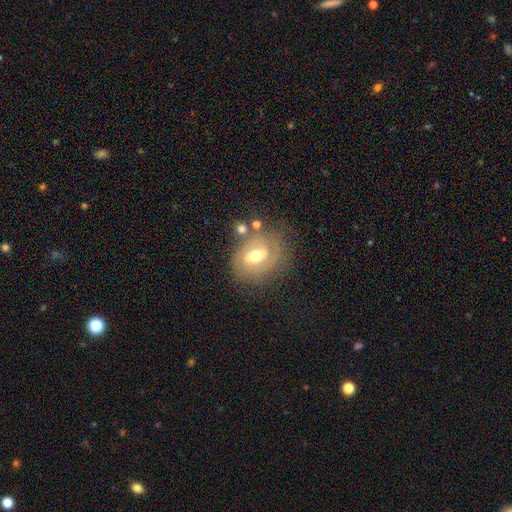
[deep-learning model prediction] Smooth or featured?
  - featured or disk: 65% *
  - smooth: 27%
  - star or artifact: 8%
Edge-on disk?
  - no: 91% *
  - yes: 9%
Bar?
  - weak: 44% *
  - strong: 40%
  - no: 16%
Spiral arms?
  - yes: 63% *
  - no: 37%
Bulge size?
  - moderate: 73% *
  - small: 17%
  - large: 8%
  - dominant: 1%
  - none: 1%
Merging?
  - none: 64% *
  - minor disturbance: 20%
  - major disturbance: 9%
  - merger: 7%